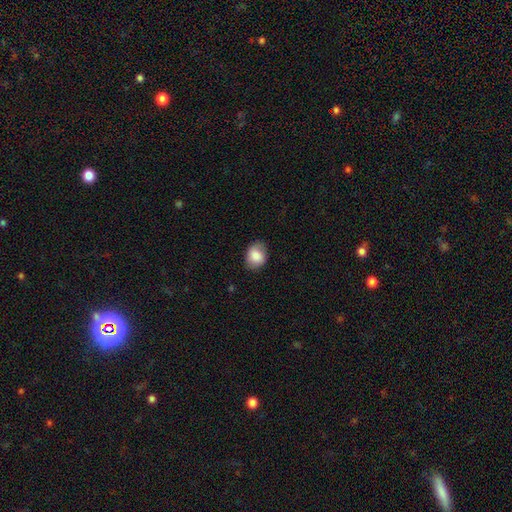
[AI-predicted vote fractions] The model was most divided on "how rounded": in between: 59%, round: 40%, cigar-shaped: 1%. More confident: smooth or featured — smooth (82%); merging — none (77%).